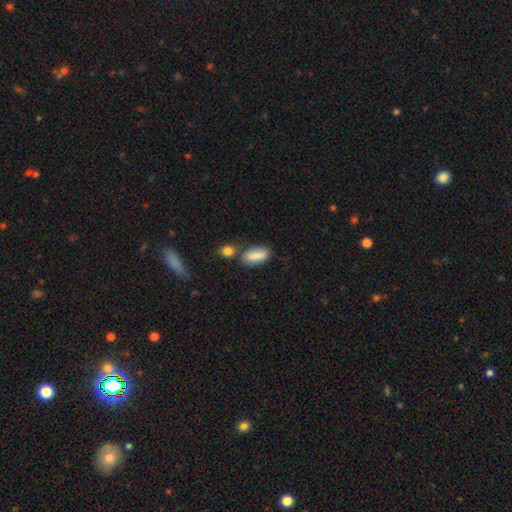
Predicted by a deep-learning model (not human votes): The model was most divided on "merging": none: 60%, merger: 20%, minor disturbance: 15%, major disturbance: 5%. More confident: smooth or featured — smooth (84%); how rounded — in between (76%).